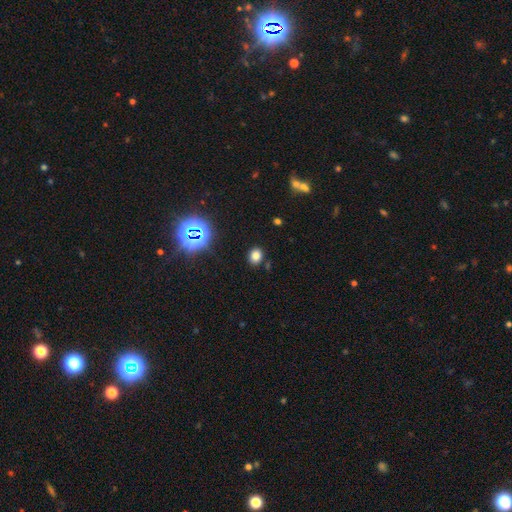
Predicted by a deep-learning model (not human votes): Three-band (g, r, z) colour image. It shows a smooth galaxy with no disk features (75%) that is round (59%). Merging: none (86%).